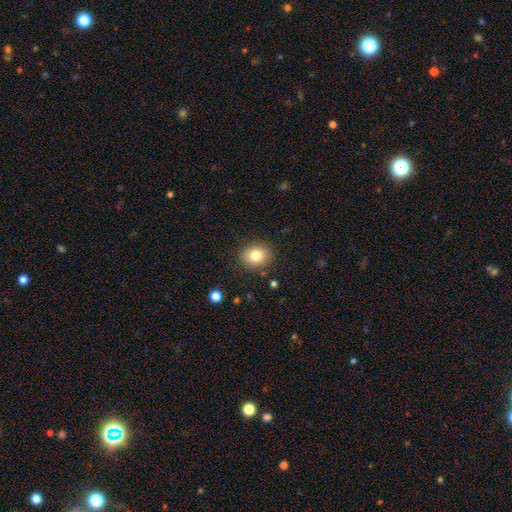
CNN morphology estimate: smooth-or-featured: smooth: 80% | star or artifact: 10% | featured or disk: 9%
  how-rounded: round: 64% | in between: 35% | cigar-shaped: 1%
  merging: none: 87% | minor disturbance: 9% | major disturbance: 3% | merger: 1%